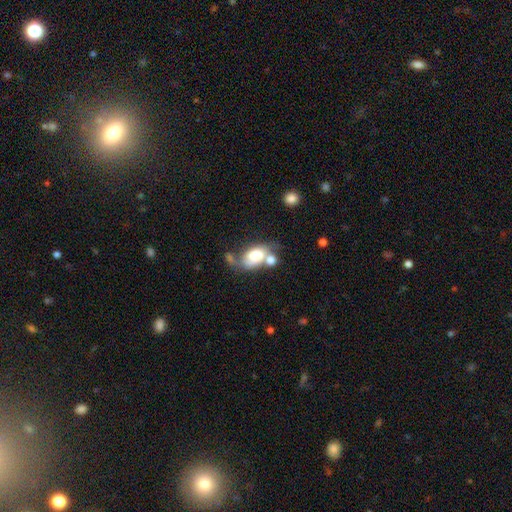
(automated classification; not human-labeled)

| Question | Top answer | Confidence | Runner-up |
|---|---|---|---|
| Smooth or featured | smooth | 57% | featured or disk (34%) |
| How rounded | in between | 86% | round (12%) |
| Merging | merger | 44% | none (22%) |